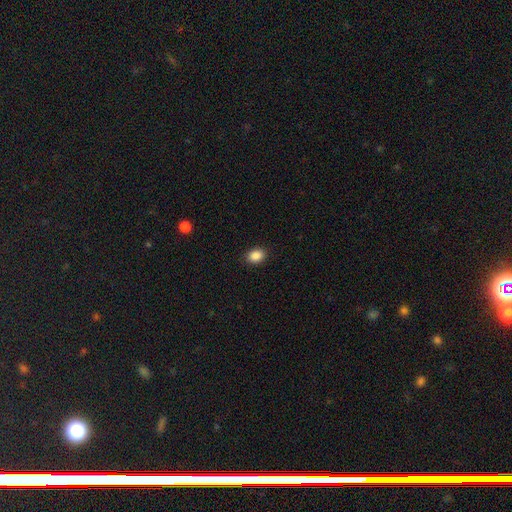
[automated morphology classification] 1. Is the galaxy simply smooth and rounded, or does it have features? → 88% smooth, 9% star or artifact, 3% featured or disk.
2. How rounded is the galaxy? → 69% in between, 30% round, 1% cigar-shaped.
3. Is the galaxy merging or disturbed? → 89% none, 8% minor disturbance, 2% major disturbance, 1% merger.